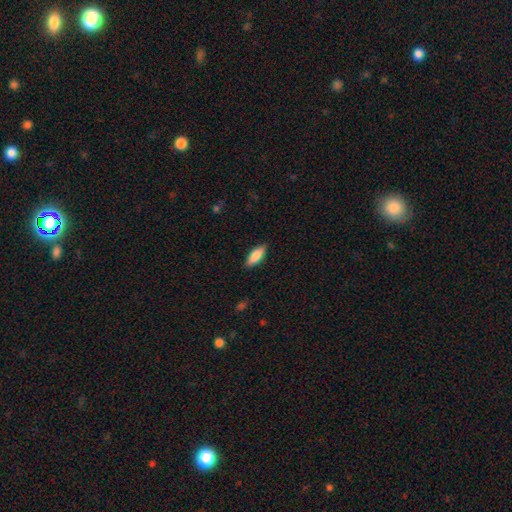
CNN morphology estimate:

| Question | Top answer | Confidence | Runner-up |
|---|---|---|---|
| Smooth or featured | smooth | 85% | featured or disk (9%) |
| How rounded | in between | 74% | cigar-shaped (24%) |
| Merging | none | 86% | minor disturbance (10%) |